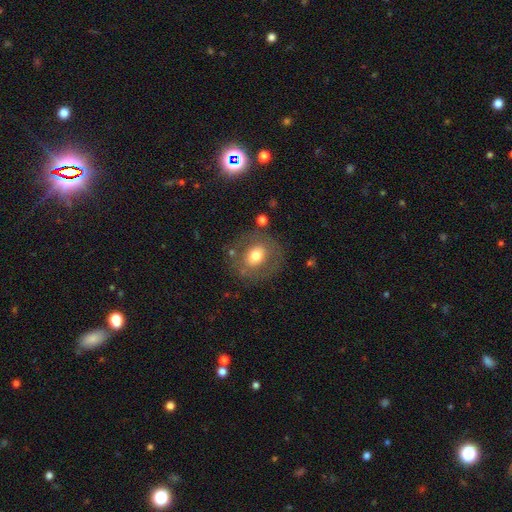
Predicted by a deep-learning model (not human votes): Smooth or featured? smooth (60%)
How rounded? round (72%)
Merging? none (77%)